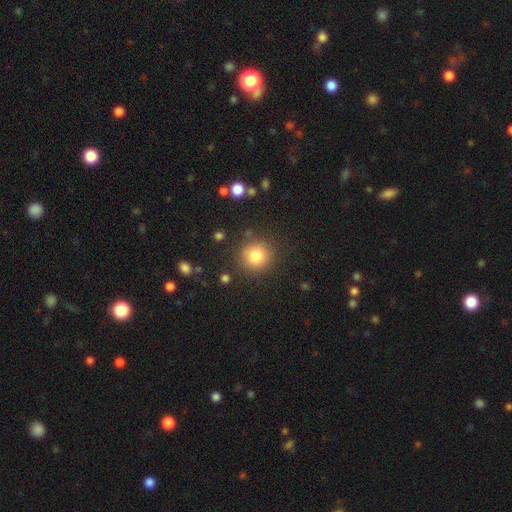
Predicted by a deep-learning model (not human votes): The model was most divided on "smooth or featured": smooth: 81%, star or artifact: 12%, featured or disk: 7%. More confident: how rounded — round (92%); merging — none (86%).